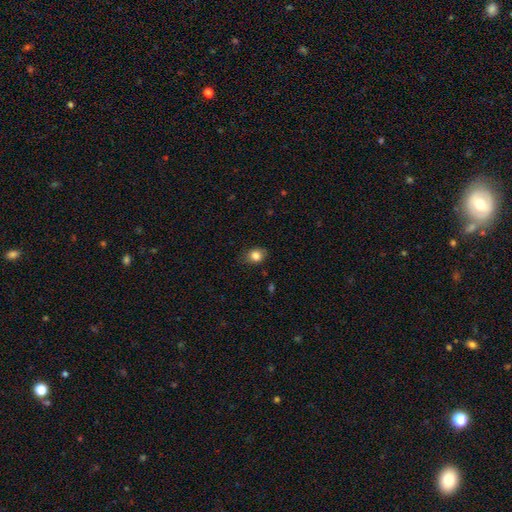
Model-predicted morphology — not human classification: Smooth or featured? smooth (83%)
How rounded? round (56%)
Merging? none (78%)